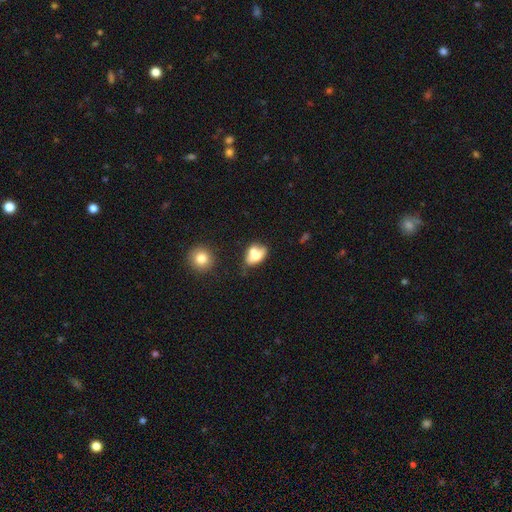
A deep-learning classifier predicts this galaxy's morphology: A smooth galaxy with no disk features (60%) that is in between round and cigar-shaped (75%). Merging: merger (37%).